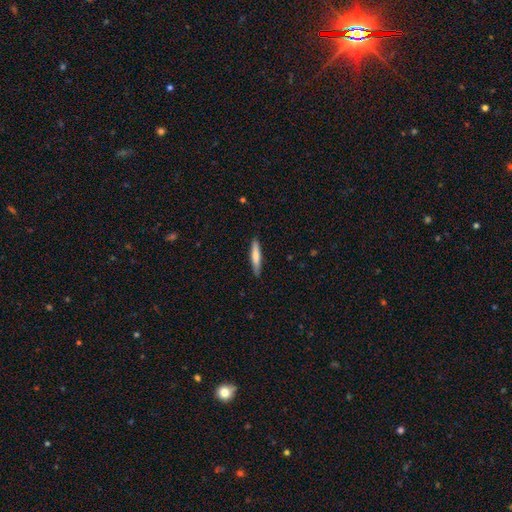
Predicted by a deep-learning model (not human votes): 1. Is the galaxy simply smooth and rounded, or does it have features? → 69% smooth, 26% featured or disk, 5% star or artifact.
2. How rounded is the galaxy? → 89% cigar-shaped, 9% in between, 1% round.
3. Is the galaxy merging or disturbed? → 88% none, 9% minor disturbance, 2% major disturbance, 1% merger.